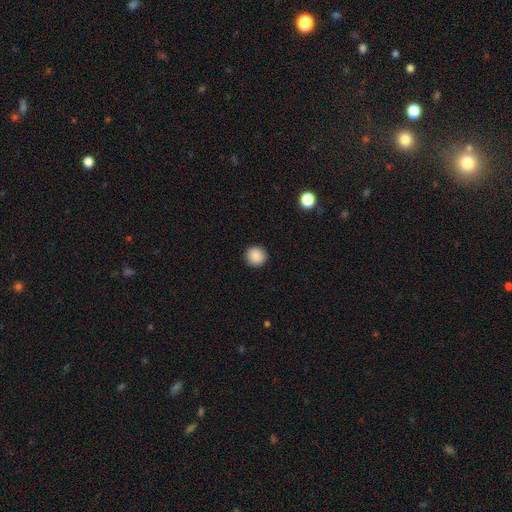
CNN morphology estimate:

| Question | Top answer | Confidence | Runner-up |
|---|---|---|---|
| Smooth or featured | smooth | 88% | star or artifact (9%) |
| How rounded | round | 94% | in between (5%) |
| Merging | none | 92% | minor disturbance (5%) |